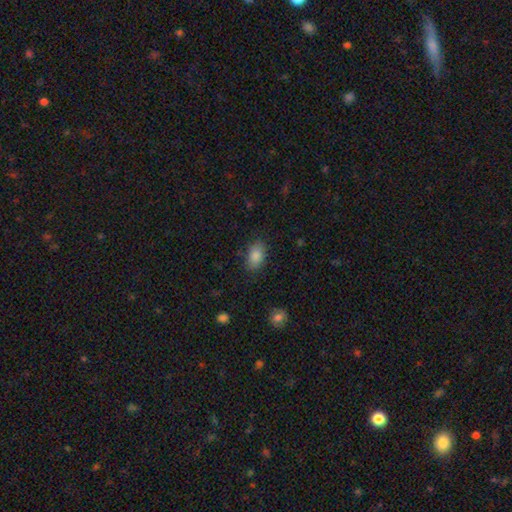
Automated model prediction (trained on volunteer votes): The model was most divided on "merging": none: 83%, minor disturbance: 13%, major disturbance: 4%, merger: 1%. More confident: how rounded — in between (89%); smooth or featured — smooth (87%).